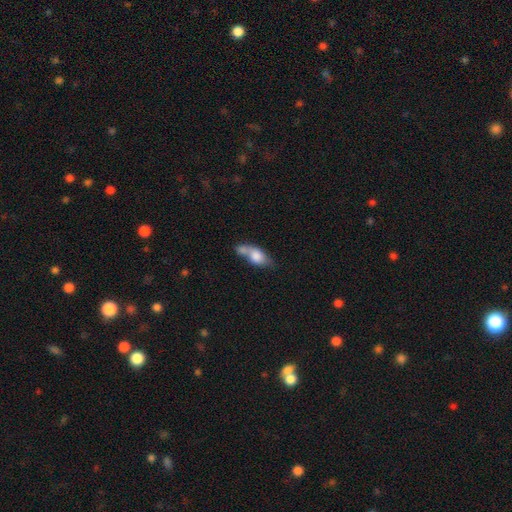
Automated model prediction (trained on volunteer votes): Q: Smooth or featured?
A: smooth (70%); runner-up: featured or disk (23%)
Q: How rounded?
A: in between (75%); runner-up: cigar-shaped (15%)
Q: Merging?
A: merger (50%); runner-up: none (24%)